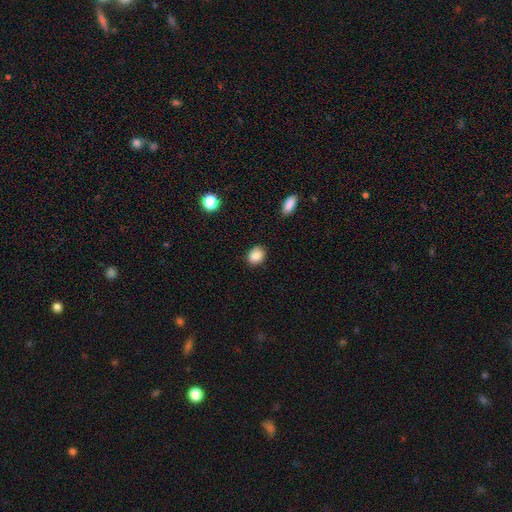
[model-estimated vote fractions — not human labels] smooth-or-featured: smooth: 88% | star or artifact: 9% | featured or disk: 3%
  how-rounded: in between: 53% | round: 46% | cigar-shaped: 1%
  merging: none: 85% | minor disturbance: 11% | major disturbance: 3% | merger: 1%